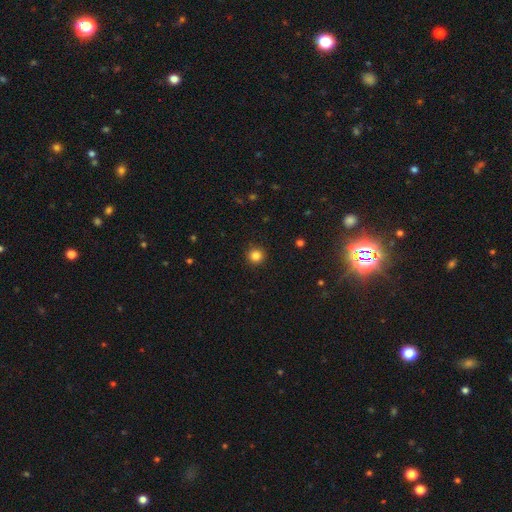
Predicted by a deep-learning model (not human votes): This is clearly a smooth galaxy (84%). How rounded: clearly round (95%). Merging: clearly none (92%).